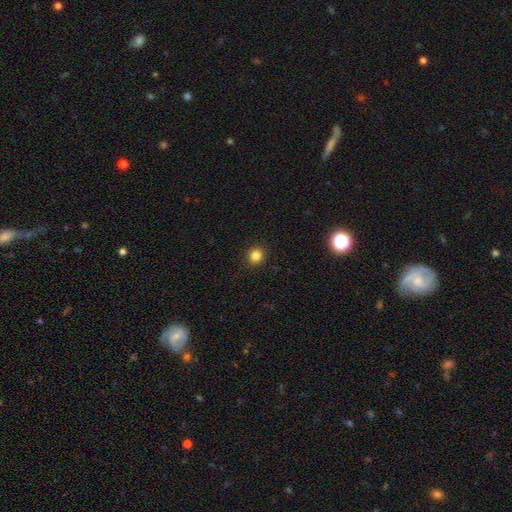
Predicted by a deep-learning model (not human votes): A smooth galaxy with no disk features (84%) that is round (93%).

Vote fractions:
- Smooth or featured? smooth: 84% / star or artifact: 12% / featured or disk: 4%
- How rounded? round: 93% / in between: 6% / cigar-shaped: 1%
- Merging? none: 93% / minor disturbance: 5% / major disturbance: 2% / merger: 1%